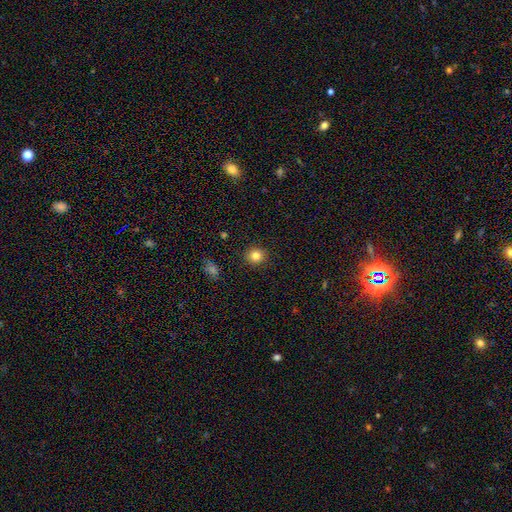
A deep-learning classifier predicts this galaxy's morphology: type=smooth (83%); roundness=round (88%); merging=none (91%).